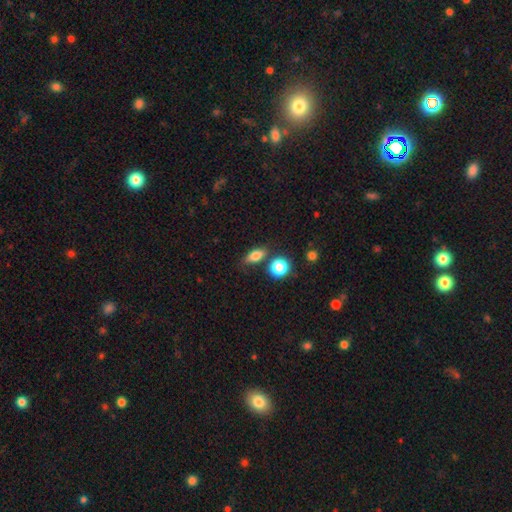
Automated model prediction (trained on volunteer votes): Smooth or featured: smooth — 79% (featured or disk — 11%)
How rounded: in between — 71% (round — 18%)
Merging: none — 70% (minor disturbance — 15%)